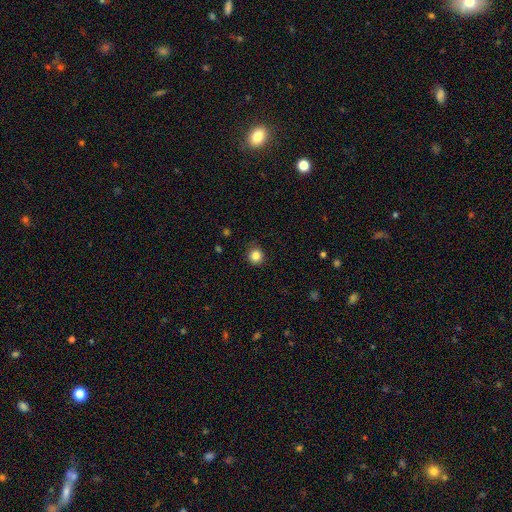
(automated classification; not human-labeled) smooth-or-featured: smooth: 85% | star or artifact: 11% | featured or disk: 4%
  how-rounded: round: 91% | in between: 8% | cigar-shaped: 1%
  merging: none: 85% | minor disturbance: 11% | major disturbance: 3% | merger: 1%